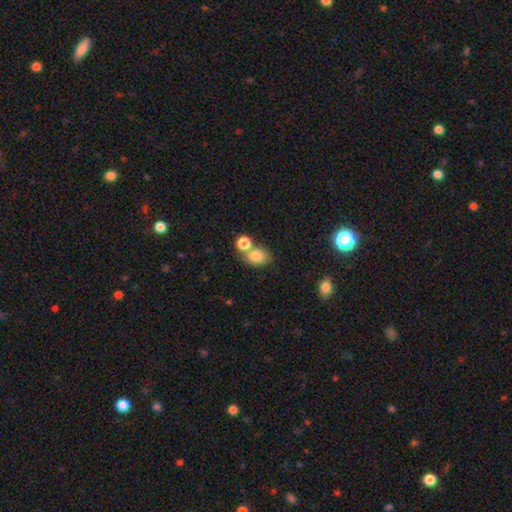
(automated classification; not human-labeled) smooth-or-featured: smooth: 81% | star or artifact: 10% | featured or disk: 9%
  how-rounded: in between: 62% | round: 37% | cigar-shaped: 1%
  merging: none: 48% | merger: 36% | minor disturbance: 12% | major disturbance: 4%